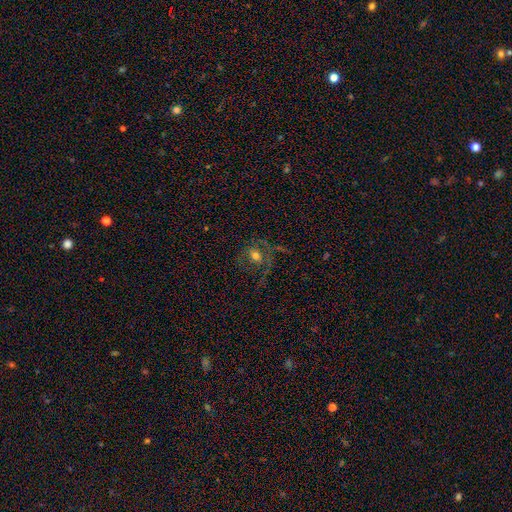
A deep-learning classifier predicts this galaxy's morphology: smooth 45%, featured or disk 36%, star or artifact 19%. Down the decision tree: merging — none (57%).